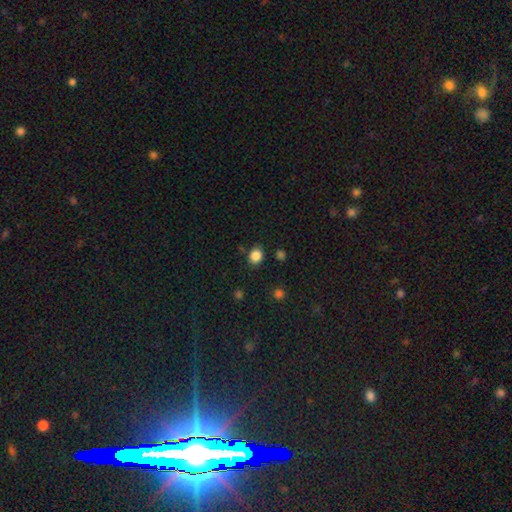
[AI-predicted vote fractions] A smooth galaxy with no disk features (85%) that is round (67%).

Vote fractions:
- Smooth or featured? smooth: 85% / star or artifact: 11% / featured or disk: 4%
- How rounded? round: 67% / in between: 33% / cigar-shaped: 1%
- Merging? none: 84% / minor disturbance: 10% / merger: 3% / major disturbance: 3%